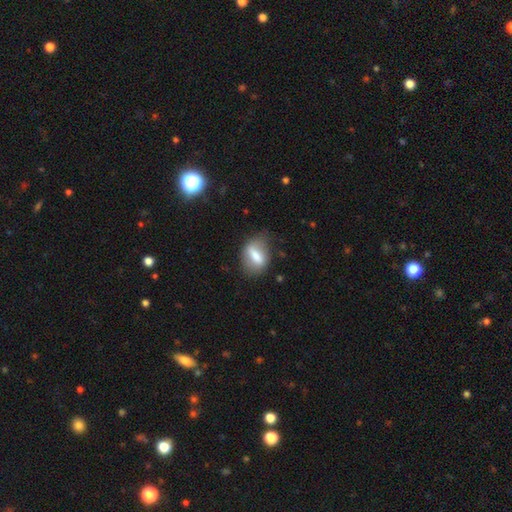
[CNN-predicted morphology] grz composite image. It shows a smooth galaxy with no disk features (58%) that is in between round and cigar-shaped (70%). Merging: none (69%).